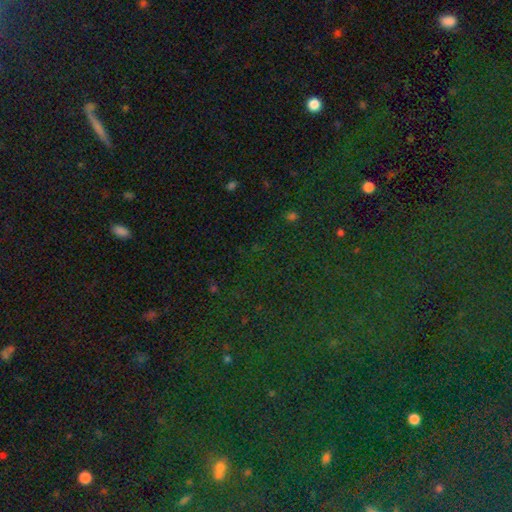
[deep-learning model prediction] Smooth or featured? Predicted: star or artifact (p=0.80).